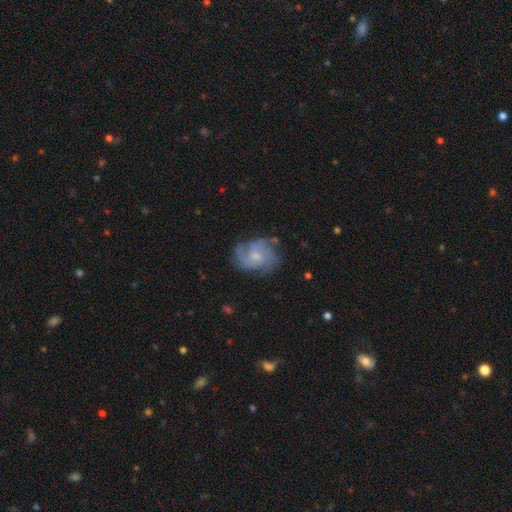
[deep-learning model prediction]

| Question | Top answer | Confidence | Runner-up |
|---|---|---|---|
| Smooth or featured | featured or disk | 65% | smooth (27%) |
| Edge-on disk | no | 98% | yes (2%) |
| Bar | no | 71% | weak (26%) |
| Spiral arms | yes | 82% | no (18%) |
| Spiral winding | medium | 43% | tight (38%) |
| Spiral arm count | can't tell | 36% | 2 (24%) |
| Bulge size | small | 50% | moderate (37%) |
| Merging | none | 60% | minor disturbance (24%) |